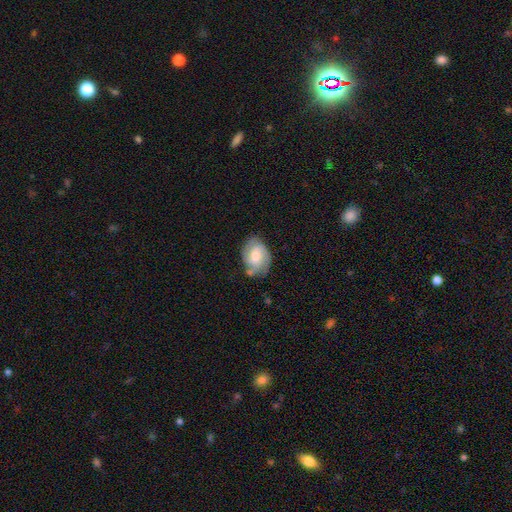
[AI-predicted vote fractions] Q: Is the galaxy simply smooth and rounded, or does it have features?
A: featured or disk — 71%.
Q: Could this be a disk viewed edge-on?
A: no — 97%.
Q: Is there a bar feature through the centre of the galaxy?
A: no — 52%.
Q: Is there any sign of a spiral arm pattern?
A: yes — 94%.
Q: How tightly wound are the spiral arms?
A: tight — 44%.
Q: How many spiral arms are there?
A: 3 — 42%.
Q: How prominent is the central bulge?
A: moderate — 57%.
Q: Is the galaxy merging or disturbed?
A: none — 65%.